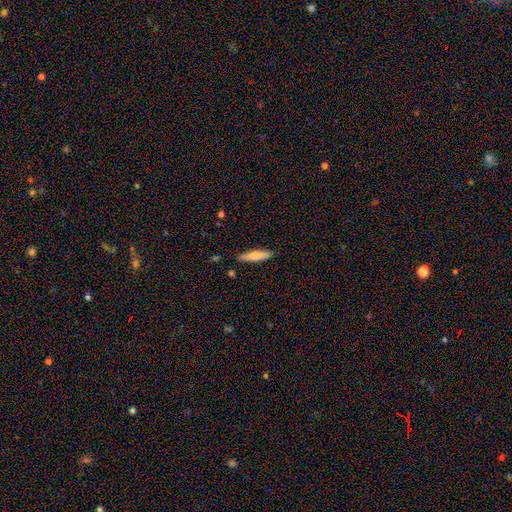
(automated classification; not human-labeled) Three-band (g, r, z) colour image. It shows a smooth galaxy with no disk features (66%) that is cigar-shaped (80%). Merging: none (89%).